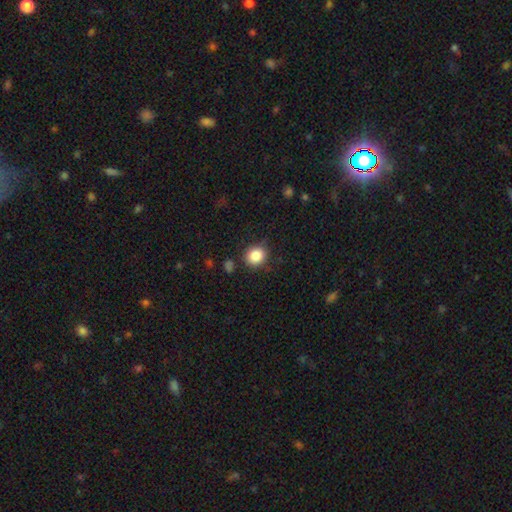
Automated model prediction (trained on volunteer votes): The model was most divided on "how rounded": round: 82%, in between: 17%, cigar-shaped: 1%. More confident: smooth or featured — smooth (86%); merging — none (84%).